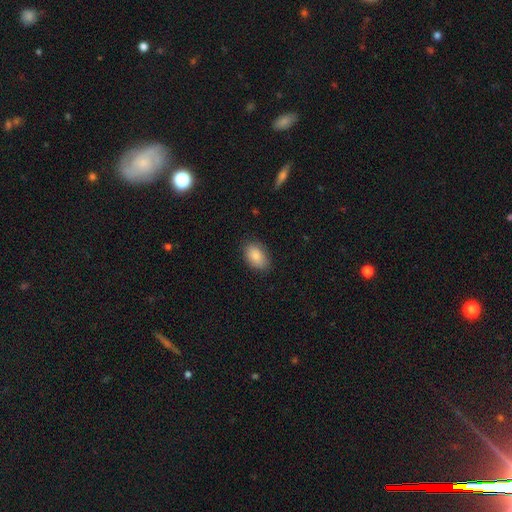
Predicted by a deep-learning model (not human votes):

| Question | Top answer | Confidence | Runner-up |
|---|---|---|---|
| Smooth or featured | smooth | 87% | star or artifact (7%) |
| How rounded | in between | 89% | round (10%) |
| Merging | none | 82% | minor disturbance (14%) |